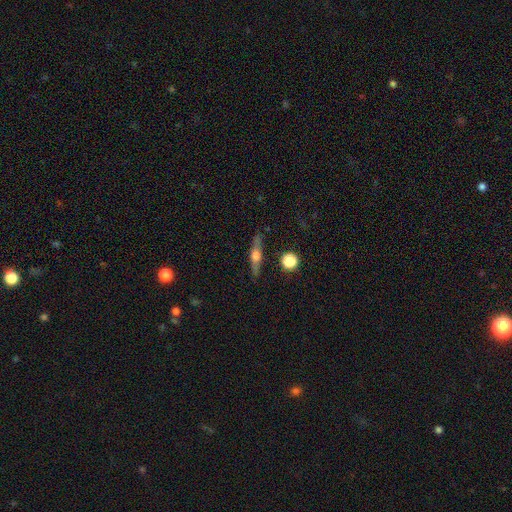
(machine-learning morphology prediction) Overall: featured or disk (66%). Edge-on disk: yes (96%). Edge-on bulge: rounded (93%). Merging: none (87%).